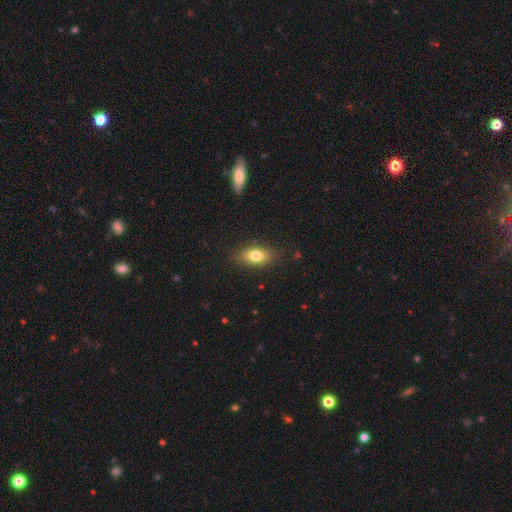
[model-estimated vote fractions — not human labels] A smooth galaxy with no disk features (78%) that is in between round and cigar-shaped (84%).

Vote fractions:
- Smooth or featured? smooth: 78% / featured or disk: 14% / star or artifact: 9%
- How rounded? in between: 84% / round: 9% / cigar-shaped: 7%
- Merging? none: 84% / minor disturbance: 11% / major disturbance: 3% / merger: 1%